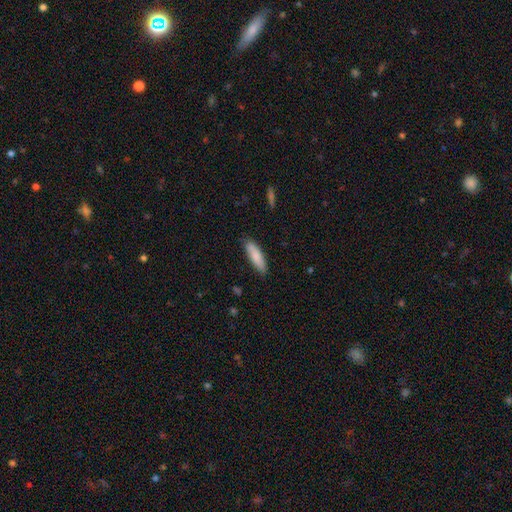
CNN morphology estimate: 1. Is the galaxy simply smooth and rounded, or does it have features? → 85% smooth, 10% featured or disk, 6% star or artifact.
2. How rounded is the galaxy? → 58% cigar-shaped, 41% in between, 1% round.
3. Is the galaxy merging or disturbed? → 83% none, 13% minor disturbance, 2% major disturbance, 1% merger.